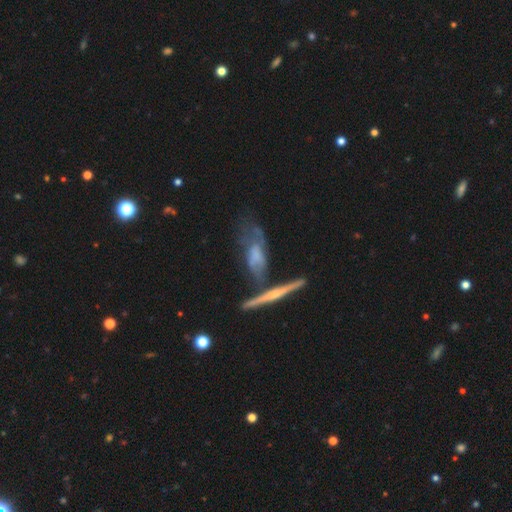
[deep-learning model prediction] The model was most divided on "merging": none: 36%, merger: 25%, minor disturbance: 22%, major disturbance: 17%. More confident: smooth or featured — featured or disk (62%); edge-on disk — yes (56%).